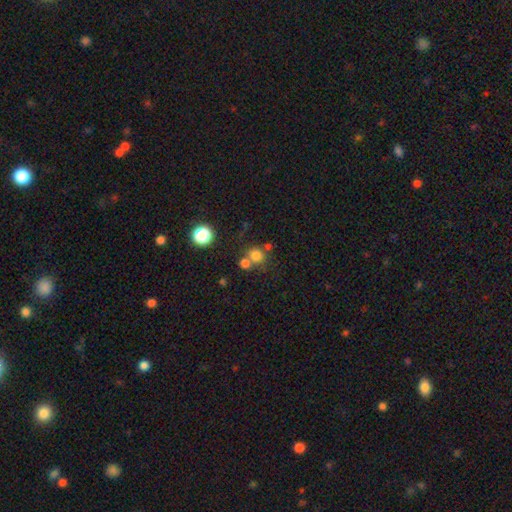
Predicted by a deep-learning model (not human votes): Smooth or featured?
  - smooth: 77% *
  - star or artifact: 16%
  - featured or disk: 8%
How rounded?
  - round: 87% *
  - in between: 12%
  - cigar-shaped: 1%
Merging?
  - none: 59% *
  - merger: 28%
  - minor disturbance: 8%
  - major disturbance: 4%